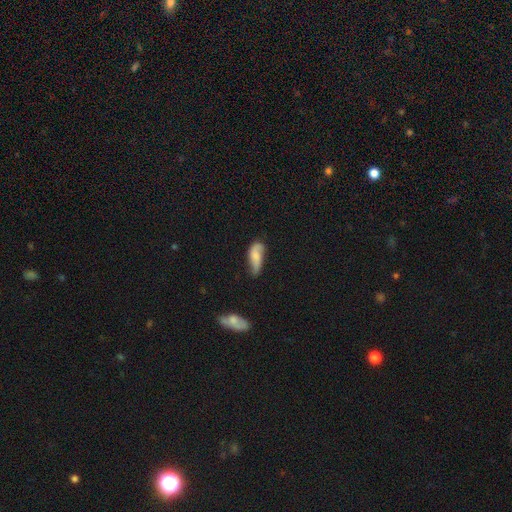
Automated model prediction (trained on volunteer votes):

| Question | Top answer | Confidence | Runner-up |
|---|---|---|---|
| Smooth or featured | smooth | 56% | featured or disk (36%) |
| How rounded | in between | 73% | cigar-shaped (24%) |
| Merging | none | 44% | minor disturbance (37%) |